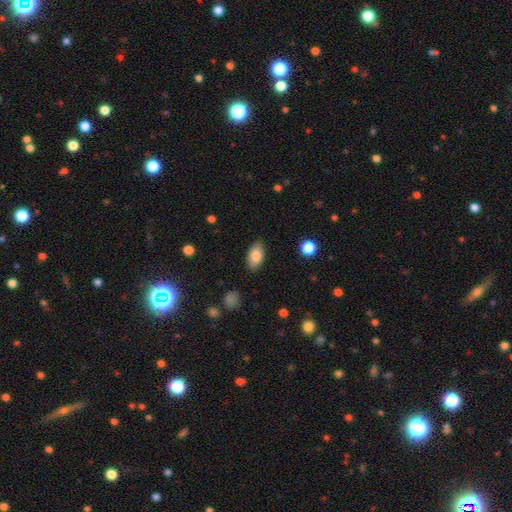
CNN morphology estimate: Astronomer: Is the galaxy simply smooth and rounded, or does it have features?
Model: smooth — 84%.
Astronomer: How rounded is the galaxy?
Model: in between — 92%.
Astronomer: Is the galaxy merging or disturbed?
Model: none — 85%.